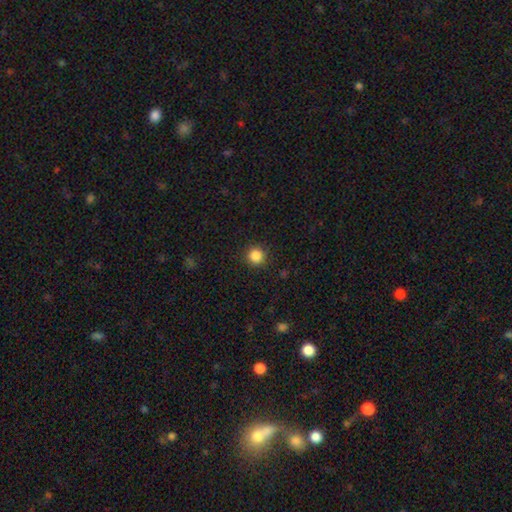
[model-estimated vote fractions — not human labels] Smooth or featured? Predicted: smooth (p=0.86). How rounded? Predicted: round (p=0.94). Merging? Predicted: none (p=0.91).